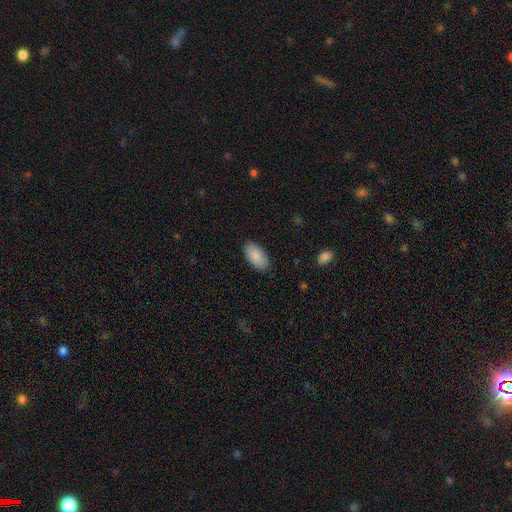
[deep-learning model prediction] Q: Smooth or featured?
A: smooth (88%); runner-up: featured or disk (6%)
Q: How rounded?
A: in between (95%); runner-up: cigar-shaped (2%)
Q: Merging?
A: none (86%); runner-up: minor disturbance (11%)